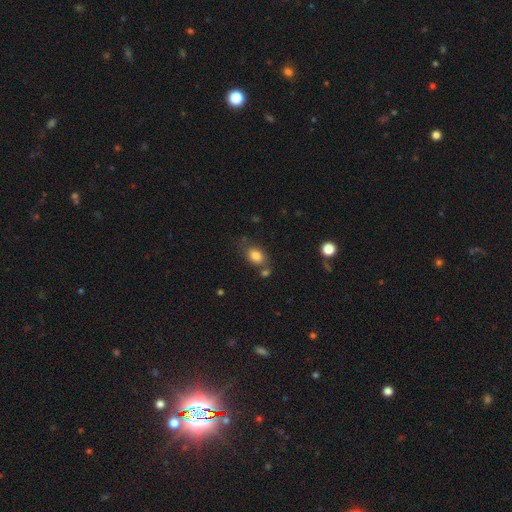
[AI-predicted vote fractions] smooth_or_featured: smooth (p=0.82) [alt: star or artifact p=0.10]
how_rounded: in between (p=0.73) [alt: round p=0.25]
merging: none (p=0.62) [alt: minor disturbance p=0.17]